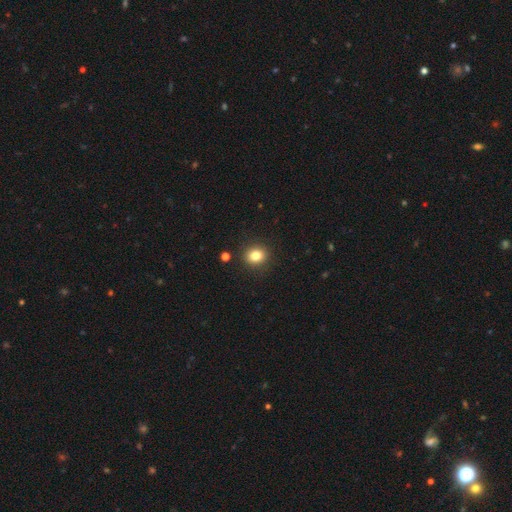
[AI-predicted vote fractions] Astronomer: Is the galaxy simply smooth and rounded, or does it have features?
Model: smooth — 82%.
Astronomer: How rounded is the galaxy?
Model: round — 67%.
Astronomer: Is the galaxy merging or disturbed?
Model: none — 89%.